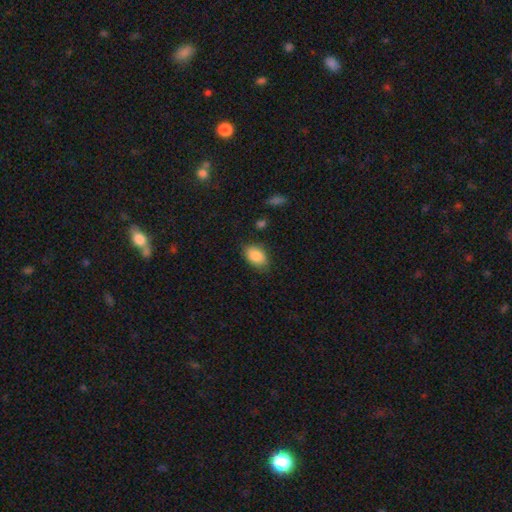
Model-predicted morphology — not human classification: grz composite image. It shows a smooth galaxy with no disk features (87%) that is in between round and cigar-shaped (88%). Merging: none (80%).